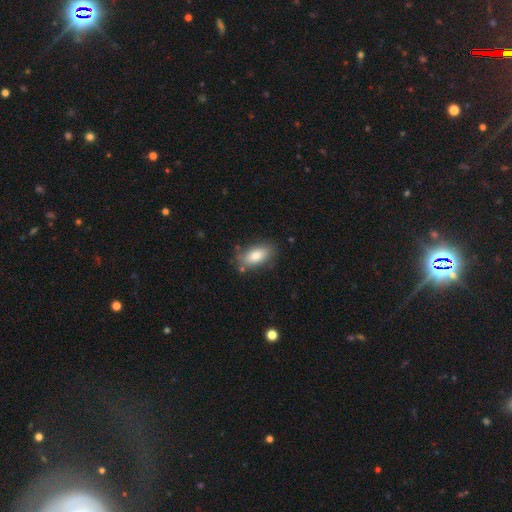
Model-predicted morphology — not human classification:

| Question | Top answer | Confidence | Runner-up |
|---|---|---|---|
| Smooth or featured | smooth | 82% | featured or disk (12%) |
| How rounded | in between | 90% | cigar-shaped (6%) |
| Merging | none | 77% | minor disturbance (16%) |